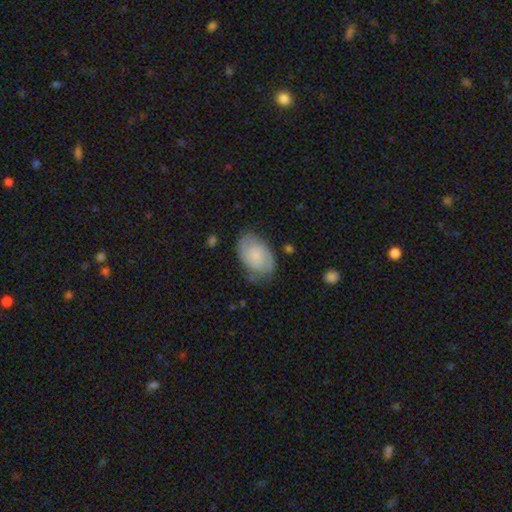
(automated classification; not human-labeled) Smooth or featured: featured or disk — 48% (smooth — 44%)
Merging: none — 67% (minor disturbance — 23%)